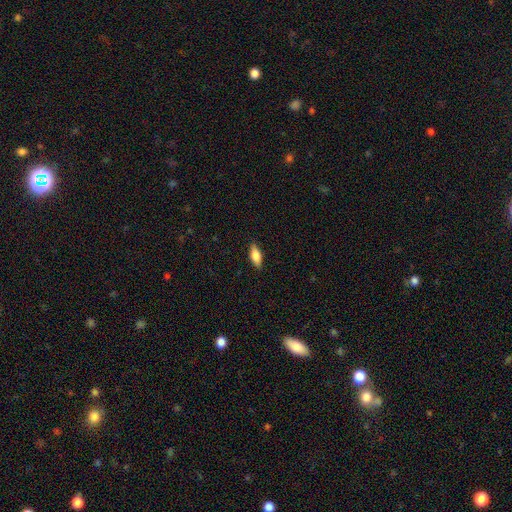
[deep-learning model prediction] Smooth or featured?
  - smooth: 77% *
  - featured or disk: 17%
  - star or artifact: 7%
How rounded?
  - in between: 78% *
  - cigar-shaped: 20%
  - round: 3%
Merging?
  - none: 87% *
  - minor disturbance: 10%
  - major disturbance: 2%
  - merger: 1%